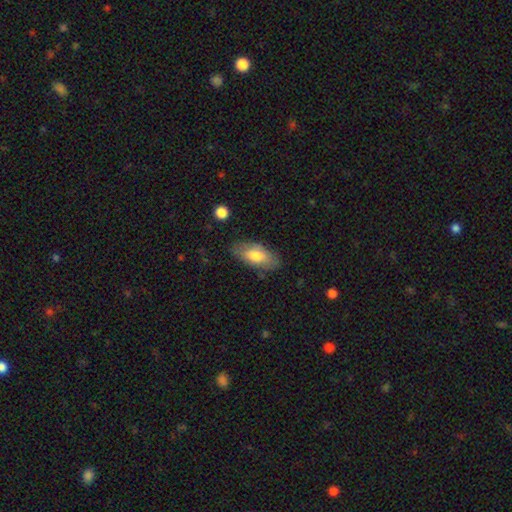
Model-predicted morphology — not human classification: smooth-or-featured: smooth: 72% | featured or disk: 22% | star or artifact: 6%
  how-rounded: in between: 89% | cigar-shaped: 8% | round: 3%
  merging: none: 79% | minor disturbance: 16% | major disturbance: 4% | merger: 2%